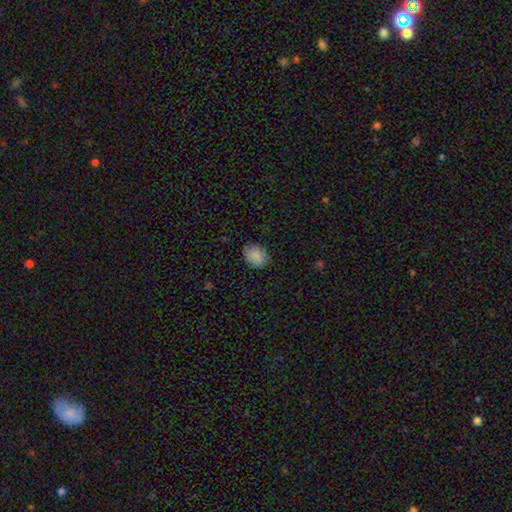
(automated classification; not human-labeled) Q: Smooth or featured?
A: smooth (88%); runner-up: star or artifact (8%)
Q: How rounded?
A: in between (57%); runner-up: round (42%)
Q: Merging?
A: none (83%); runner-up: minor disturbance (14%)